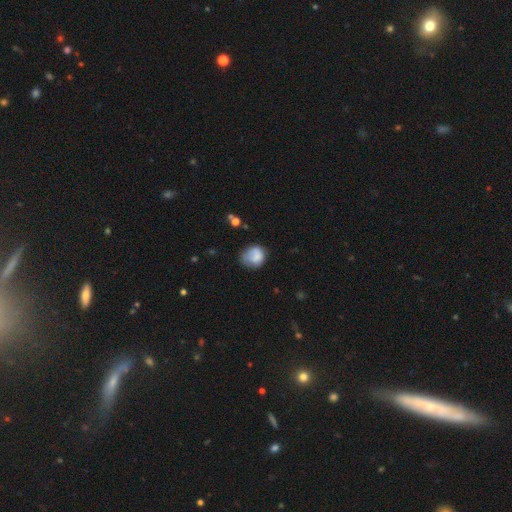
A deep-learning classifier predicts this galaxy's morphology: Q: Smooth or featured?
A: smooth (74%); runner-up: featured or disk (18%)
Q: How rounded?
A: round (74%); runner-up: in between (25%)
Q: Merging?
A: none (53%); runner-up: minor disturbance (30%)